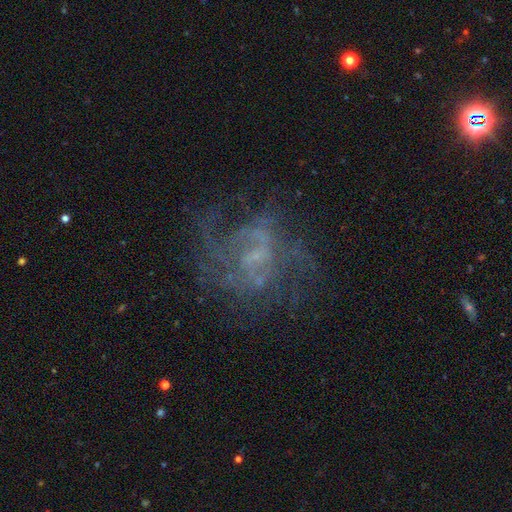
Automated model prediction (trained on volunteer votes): Morphology: type=featured or disk (68%); edge-on=no (98%); bar=no (57%); spiral arms=yes (58%); bulge=none (42%, tied with small); merging=none (51%).